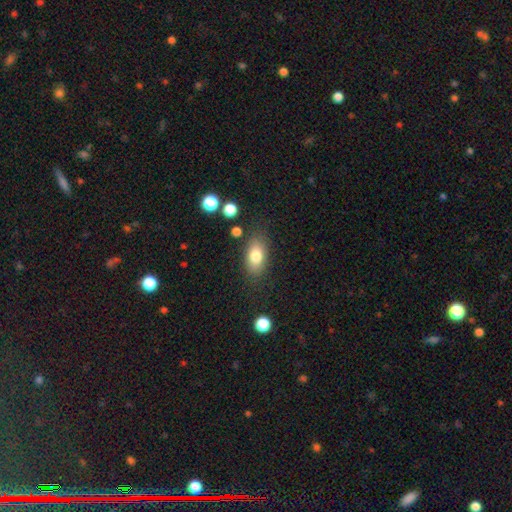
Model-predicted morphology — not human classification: This appears to be a smooth galaxy with no disk features (79%) that is in between round and cigar-shaped (86%). Merging: none (80%).